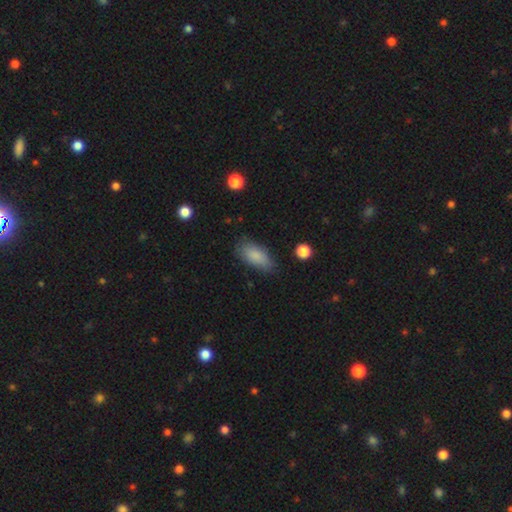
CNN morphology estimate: Q: Smooth or featured?
A: smooth (85%); runner-up: featured or disk (8%)
Q: How rounded?
A: in between (86%); runner-up: cigar-shaped (11%)
Q: Merging?
A: none (76%); runner-up: minor disturbance (18%)